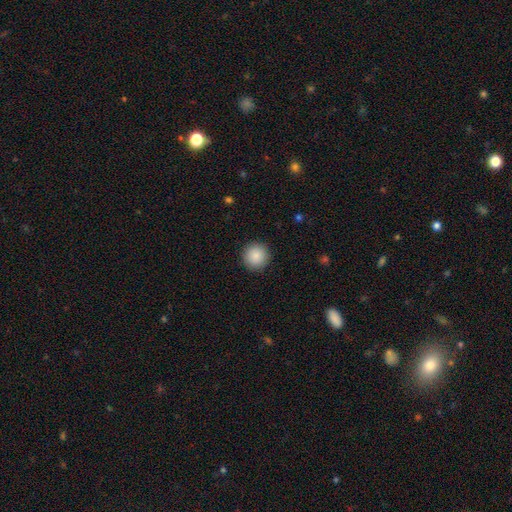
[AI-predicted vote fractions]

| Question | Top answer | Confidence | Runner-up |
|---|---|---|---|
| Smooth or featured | smooth | 88% | star or artifact (8%) |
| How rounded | round | 95% | in between (4%) |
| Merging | none | 92% | minor disturbance (5%) |